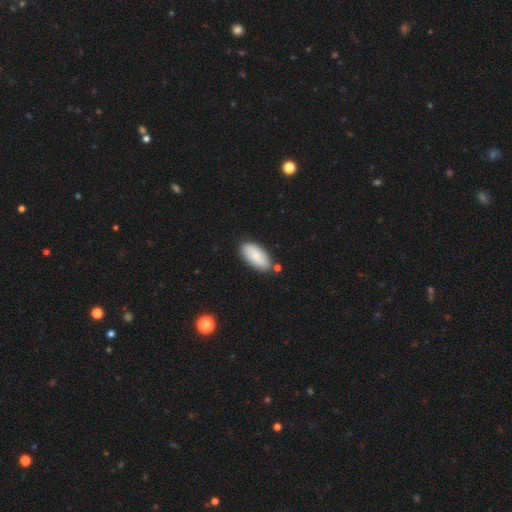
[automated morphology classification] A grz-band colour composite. It shows a smooth galaxy with no disk features (74%) that is in between round and cigar-shaped (91%). Merging: none (80%).